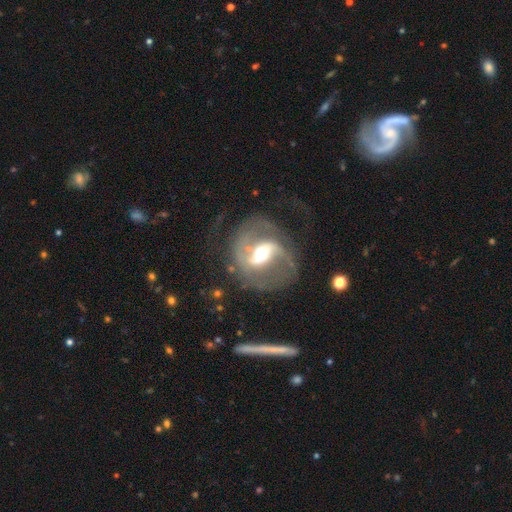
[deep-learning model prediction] This is clearly a featured or disk galaxy (85%). It is clearly not viewed edge-on (97%). Bar: marginally strong (42%). Spiral arm pattern: clearly yes (91%). Spiral arm count: clearly 2 (84%). Spiral winding: possibly medium (50%). Central bulge: likely moderate (68%). Merging: likely none (62%).